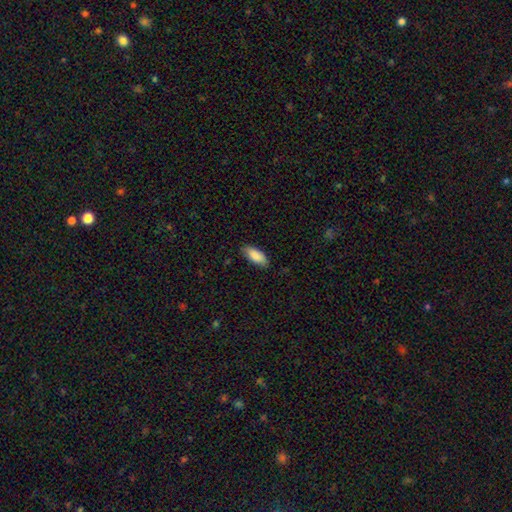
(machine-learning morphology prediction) This is clearly a smooth galaxy (89%). How rounded: clearly in between (85%). Merging: clearly none (83%).